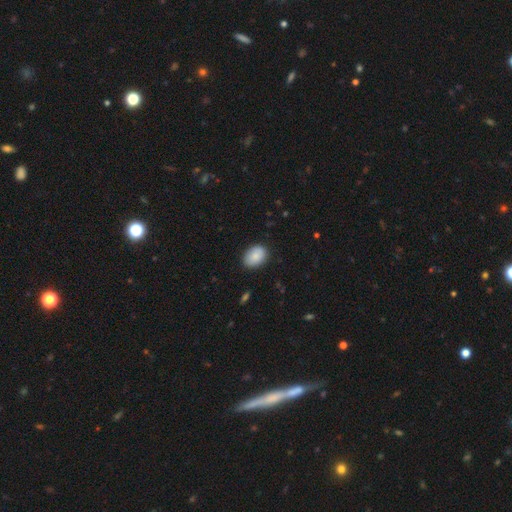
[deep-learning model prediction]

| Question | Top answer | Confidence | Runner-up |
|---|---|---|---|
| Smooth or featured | smooth | 87% | star or artifact (7%) |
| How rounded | in between | 76% | round (23%) |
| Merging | none | 85% | minor disturbance (12%) |